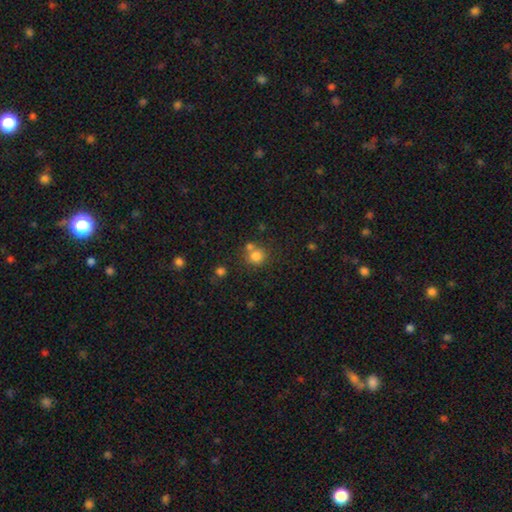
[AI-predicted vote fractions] Morphology: type=smooth (79%); roundness=round (86%); merging=none (58%).